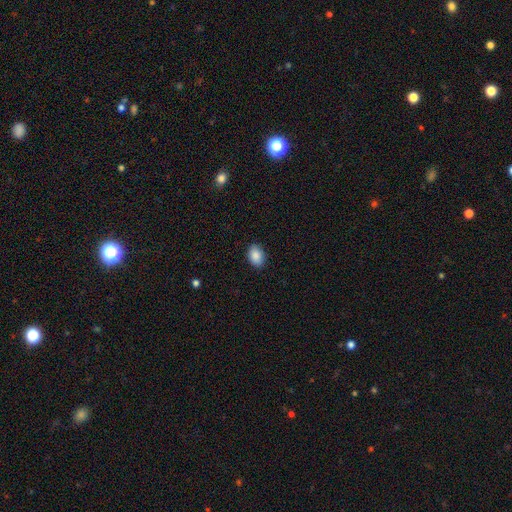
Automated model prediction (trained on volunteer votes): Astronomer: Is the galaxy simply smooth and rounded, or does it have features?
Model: smooth — 89%.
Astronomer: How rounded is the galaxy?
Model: in between — 81%.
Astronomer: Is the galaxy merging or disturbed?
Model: none — 89%.